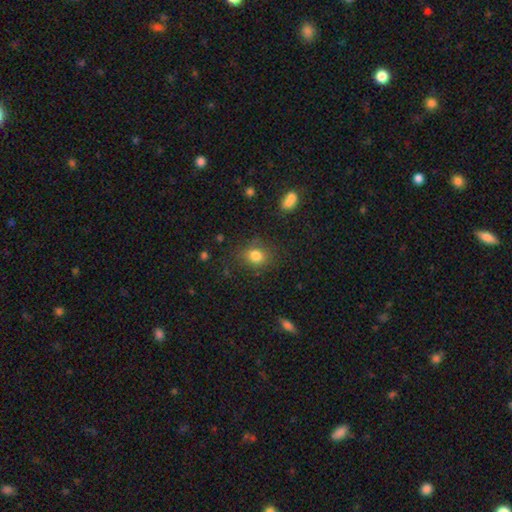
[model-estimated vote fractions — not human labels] smooth_or_featured: smooth (p=0.81) [alt: star or artifact p=0.12]
how_rounded: round (p=0.62) [alt: in between p=0.37]
merging: none (p=0.80) [alt: minor disturbance p=0.13]